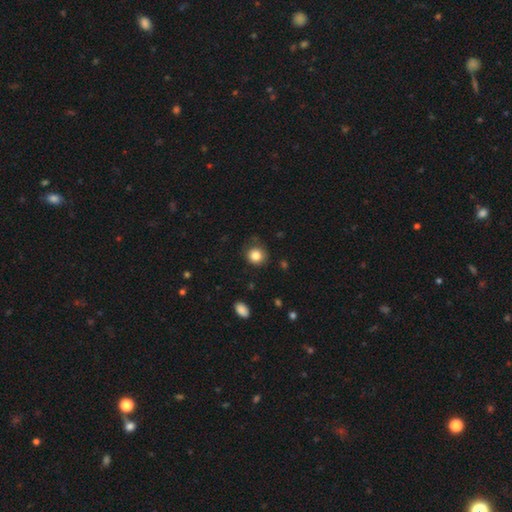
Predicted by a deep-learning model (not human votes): A smooth galaxy with no disk features (84%) that is round (88%).

Vote fractions:
- Smooth or featured? smooth: 84% / star or artifact: 11% / featured or disk: 6%
- How rounded? round: 88% / in between: 11% / cigar-shaped: 1%
- Merging? none: 81% / minor disturbance: 14% / major disturbance: 4% / merger: 1%